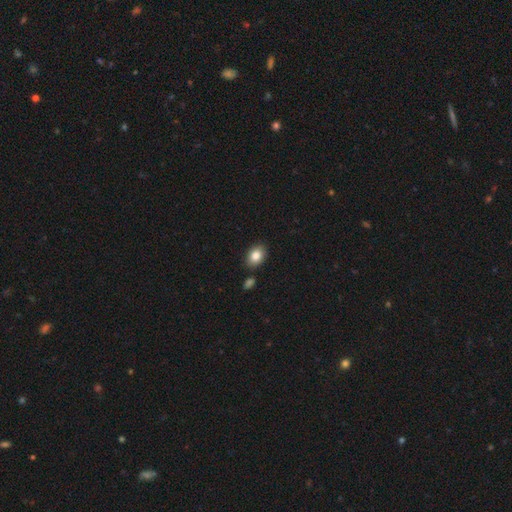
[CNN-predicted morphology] smooth 85%, star or artifact 8%, featured or disk 7%. Down the decision tree: how rounded — in between (77%); merging — none (82%).